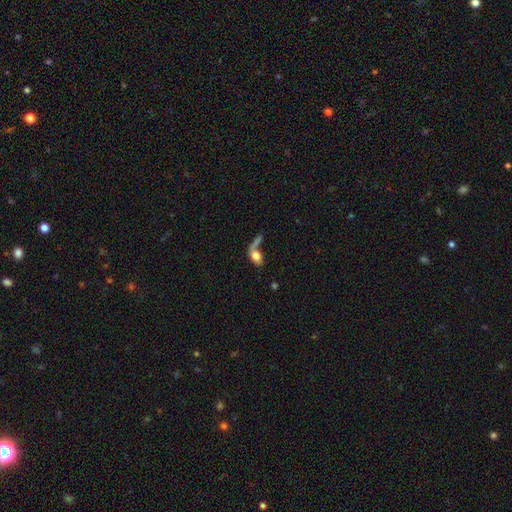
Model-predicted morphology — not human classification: smooth-or-featured: smooth: 71% | featured or disk: 21% | star or artifact: 9%
  how-rounded: in between: 79% | round: 15% | cigar-shaped: 6%
  merging: merger: 38% | none: 30% | major disturbance: 20% | minor disturbance: 13%